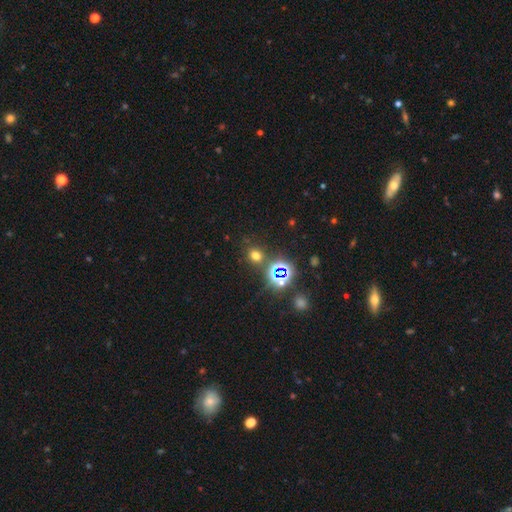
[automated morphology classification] This is likely a smooth galaxy (61%). How rounded: likely round (78%). Merging: clearly none (81%).